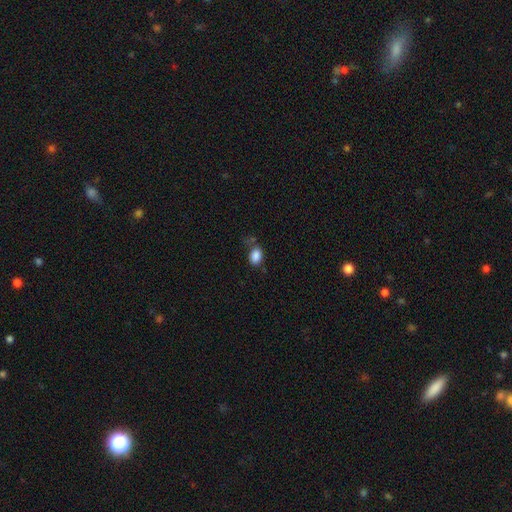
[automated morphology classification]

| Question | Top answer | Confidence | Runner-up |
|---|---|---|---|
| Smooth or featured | smooth | 86% | star or artifact (9%) |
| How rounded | in between | 77% | round (21%) |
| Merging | none | 58% | minor disturbance (23%) |